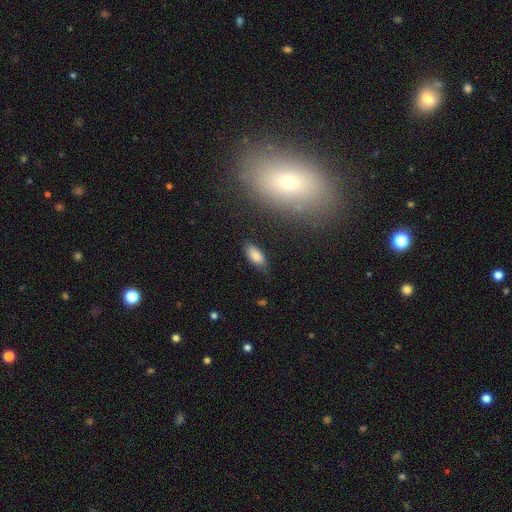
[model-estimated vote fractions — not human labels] Smooth or featured?
  - smooth: 84% *
  - featured or disk: 8%
  - star or artifact: 8%
How rounded?
  - in between: 87% *
  - cigar-shaped: 10%
  - round: 2%
Merging?
  - none: 77% *
  - minor disturbance: 18%
  - major disturbance: 4%
  - merger: 2%